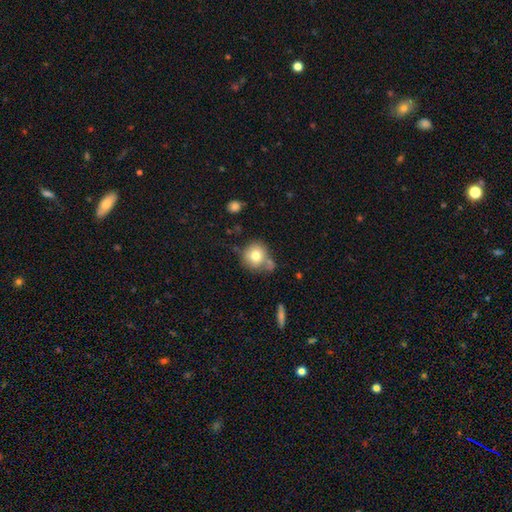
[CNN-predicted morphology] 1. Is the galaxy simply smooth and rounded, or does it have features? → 76% smooth, 13% featured or disk, 10% star or artifact.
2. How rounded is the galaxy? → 88% round, 11% in between, 1% cigar-shaped.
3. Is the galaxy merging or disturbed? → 65% none, 15% minor disturbance, 15% merger, 5% major disturbance.